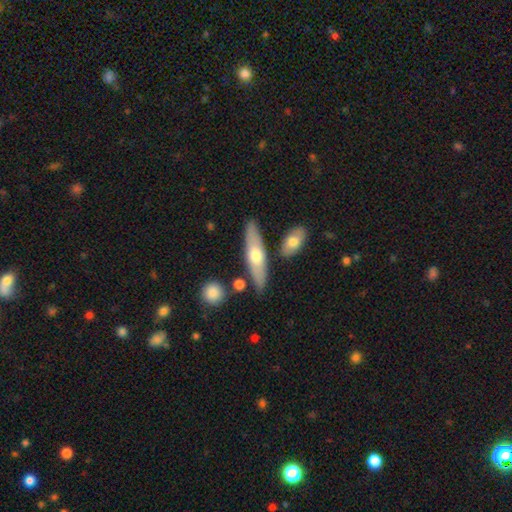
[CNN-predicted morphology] Smooth or featured? smooth (52%)
How rounded? cigar-shaped (64%)
Merging? none (79%)